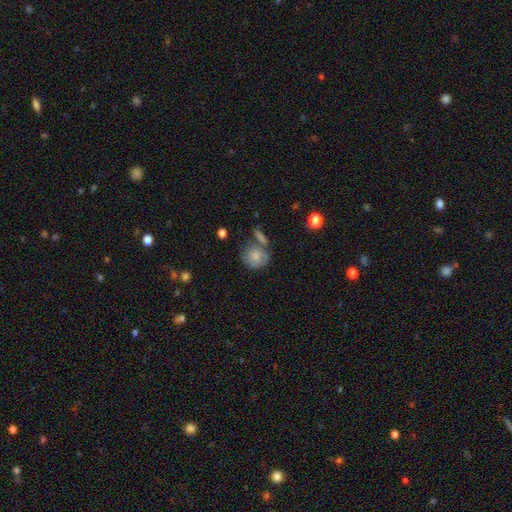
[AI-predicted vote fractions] smooth_or_featured: smooth (p=0.75) [alt: featured or disk p=0.17]
how_rounded: round (p=0.77) [alt: in between p=0.22]
merging: none (p=0.50) [alt: merger p=0.23]